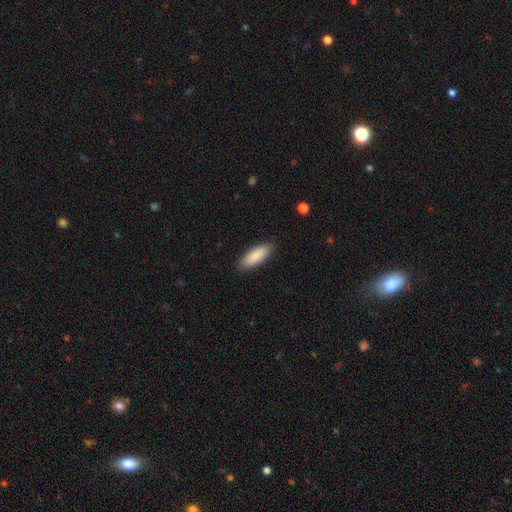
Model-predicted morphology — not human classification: smooth 87%, featured or disk 8%, star or artifact 5%. Down the decision tree: how rounded — in between (69%); merging — none (88%).